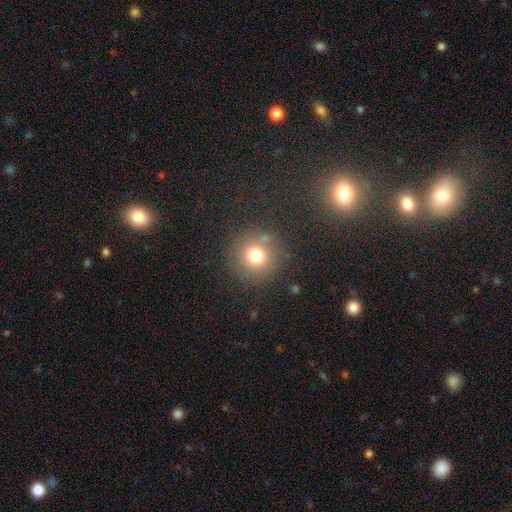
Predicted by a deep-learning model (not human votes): The model was most divided on "smooth or featured": smooth: 75%, star or artifact: 15%, featured or disk: 10%. More confident: how rounded — round (93%); merging — none (79%).